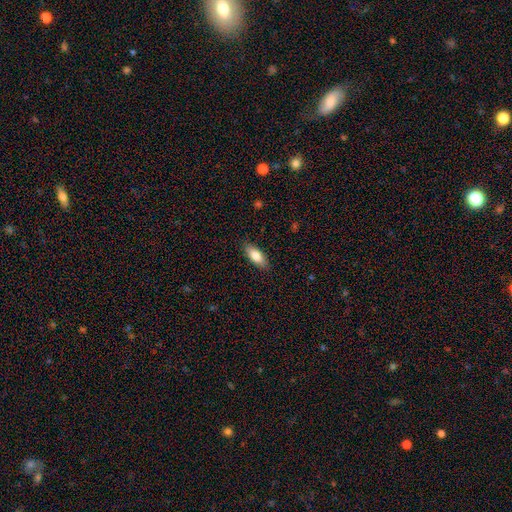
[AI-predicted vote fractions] Morphology: type=smooth (81%); roundness=in between (78%); merging=none (88%).